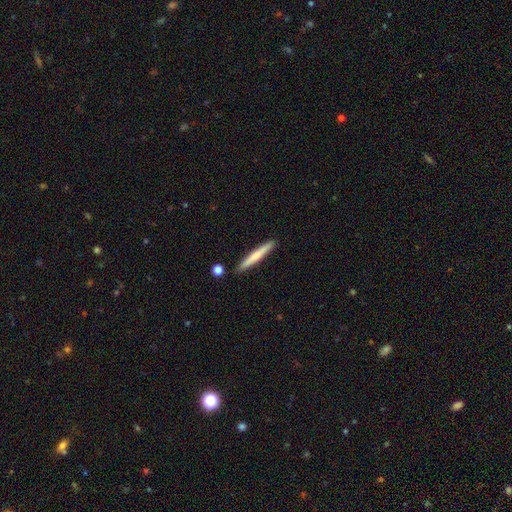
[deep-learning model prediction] Smooth or featured? smooth (63%)
How rounded? cigar-shaped (96%)
Merging? none (88%)